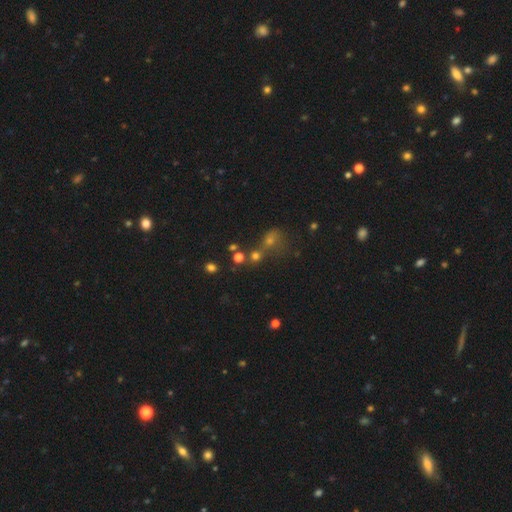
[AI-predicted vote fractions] Overall: smooth (51%; star or artifact 36%). How rounded: round (71%). Merging: merger (40%, tied with none).